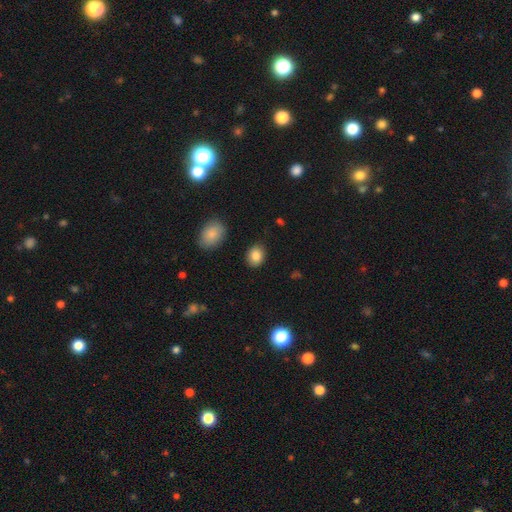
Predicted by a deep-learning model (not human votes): Smooth or featured? Predicted: smooth (p=0.85). How rounded? Predicted: in between (p=0.60). Merging? Predicted: none (p=0.86).